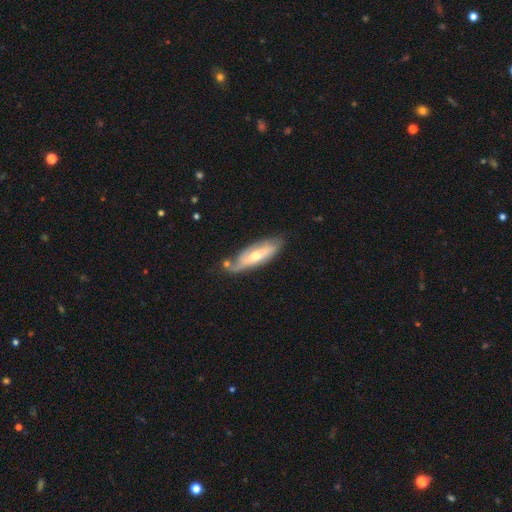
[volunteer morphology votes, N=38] Overall: featured or disk (63%; smooth 29%). Edge-on disk: yes (50%, tied with no). Edge-on bulge: rounded (83%). Merging: minor disturbance (31%; none 23%).